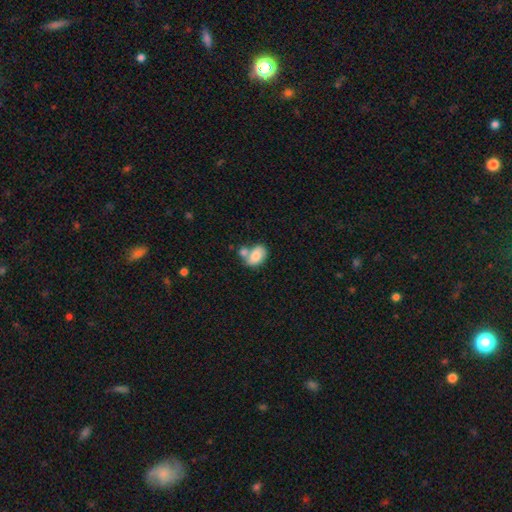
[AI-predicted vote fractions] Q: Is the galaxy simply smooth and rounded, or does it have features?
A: smooth — 76%.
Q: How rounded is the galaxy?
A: in between — 85%.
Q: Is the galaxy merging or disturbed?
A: merger — 45%.